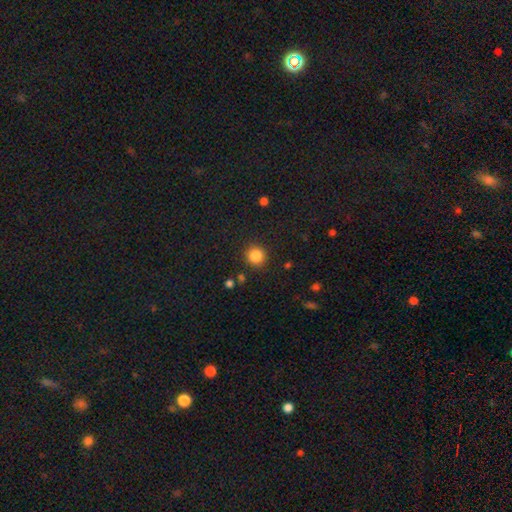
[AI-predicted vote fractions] smooth_or_featured: smooth (p=0.85) [alt: star or artifact p=0.11]
how_rounded: round (p=0.93) [alt: in between p=0.06]
merging: none (p=0.89) [alt: minor disturbance p=0.07]